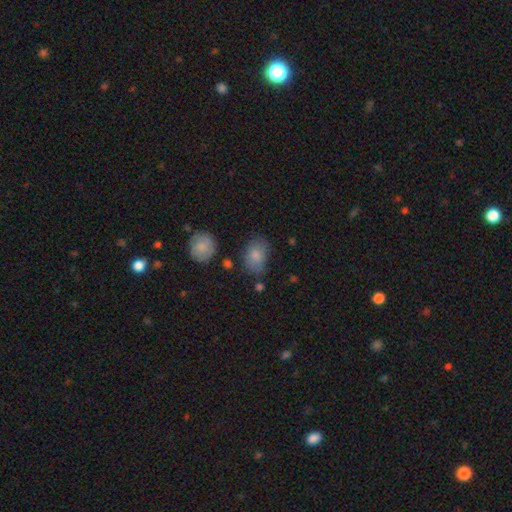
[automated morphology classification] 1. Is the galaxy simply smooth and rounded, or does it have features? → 81% smooth, 11% featured or disk, 9% star or artifact.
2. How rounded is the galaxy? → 77% in between, 22% round, 1% cigar-shaped.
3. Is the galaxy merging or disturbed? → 64% none, 24% minor disturbance, 7% major disturbance, 5% merger.